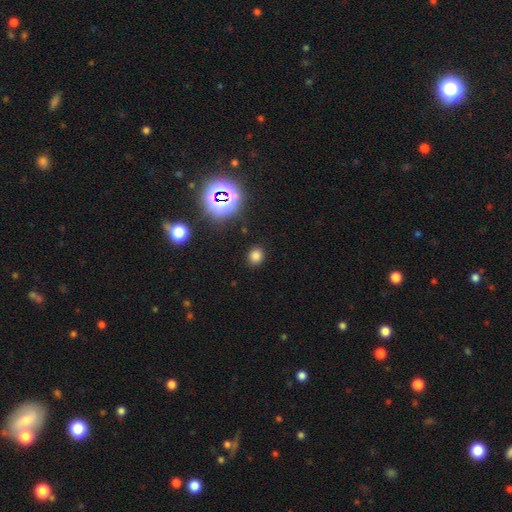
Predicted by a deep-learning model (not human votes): smooth 75%, star or artifact 20%, featured or disk 5%. Down the decision tree: how rounded — round (74%); merging — none (88%).